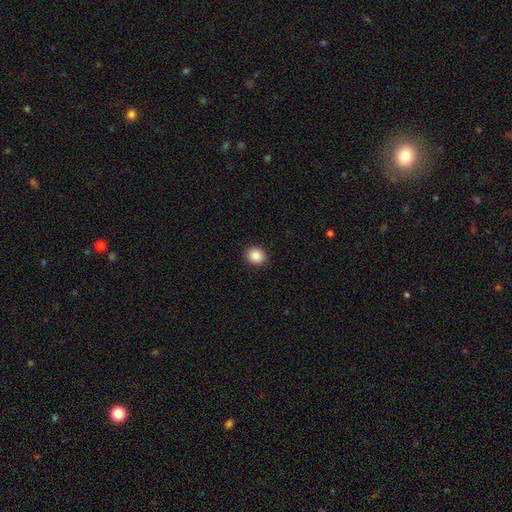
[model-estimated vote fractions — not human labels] smooth 87%, star or artifact 9%, featured or disk 4%. Down the decision tree: how rounded — round (74%); merging — none (92%).